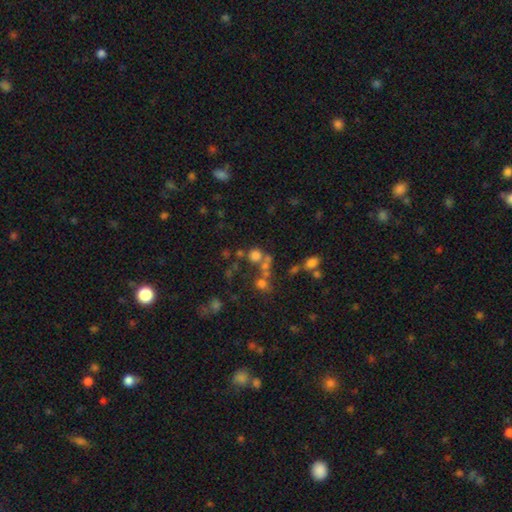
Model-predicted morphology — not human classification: Q: Smooth or featured?
A: smooth (67%); runner-up: star or artifact (21%)
Q: How rounded?
A: round (86%); runner-up: in between (13%)
Q: Merging?
A: none (54%); runner-up: merger (29%)